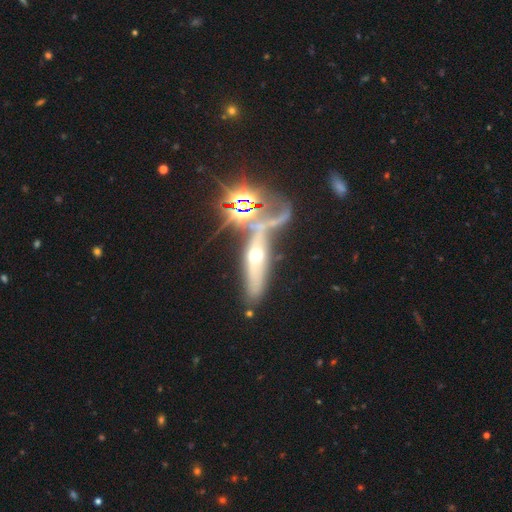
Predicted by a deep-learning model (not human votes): This is possibly a featured or disk galaxy (52%). It is likely viewed edge-on (67%). Merging: possibly none (49%).